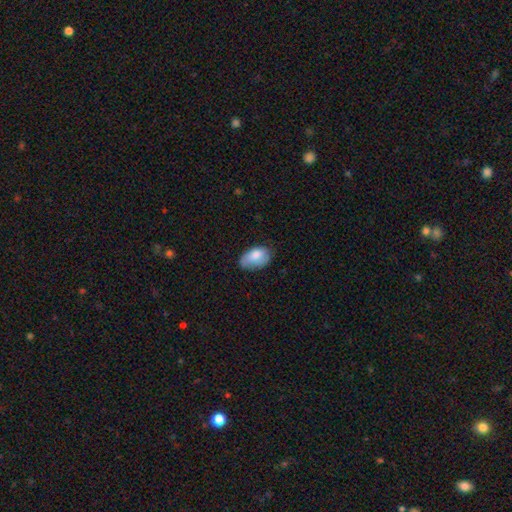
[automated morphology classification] Smooth or featured? Predicted: smooth (p=0.78). How rounded? Predicted: in between (p=0.92). Merging? Predicted: none (p=0.57).